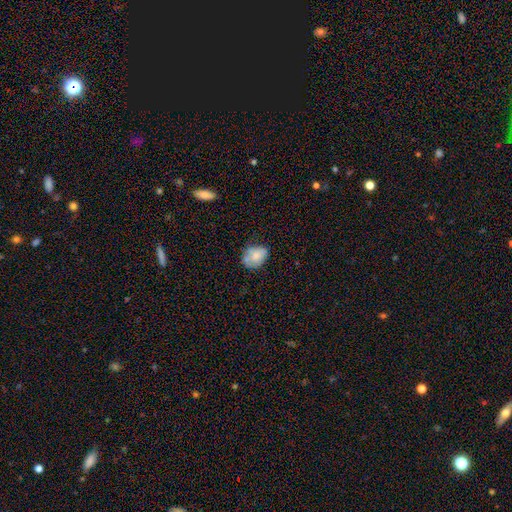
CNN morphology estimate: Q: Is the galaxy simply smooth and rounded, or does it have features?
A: smooth — 72%.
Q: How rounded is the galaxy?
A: in between — 62%.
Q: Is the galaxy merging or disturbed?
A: none — 55%.